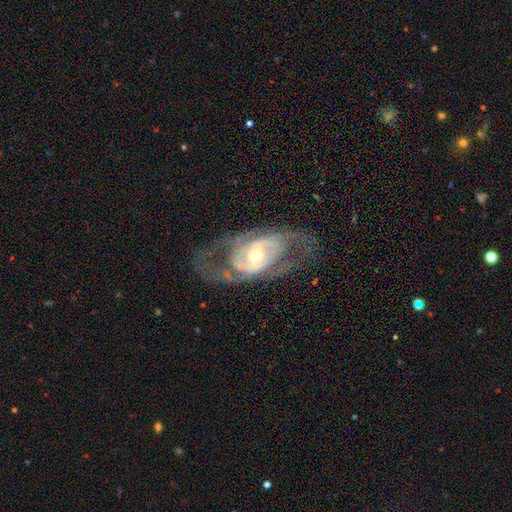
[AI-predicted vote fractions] Morphology: type=featured or disk (81%); edge-on=no (92%); bar=no (51%); spiral arms=yes (63%); bulge=moderate (52%); merging=none (64%).